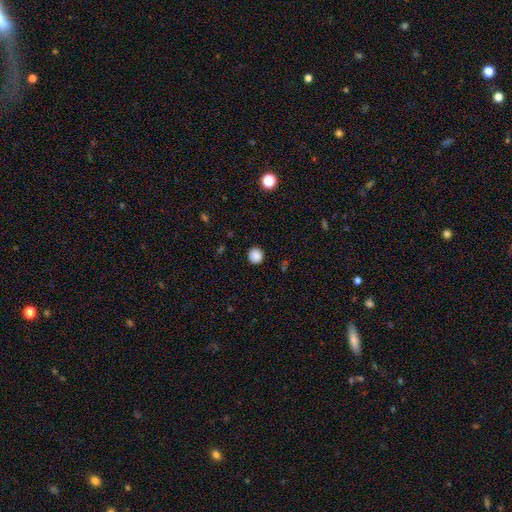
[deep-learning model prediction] Smooth or featured? smooth (88%)
How rounded? round (90%)
Merging? none (91%)